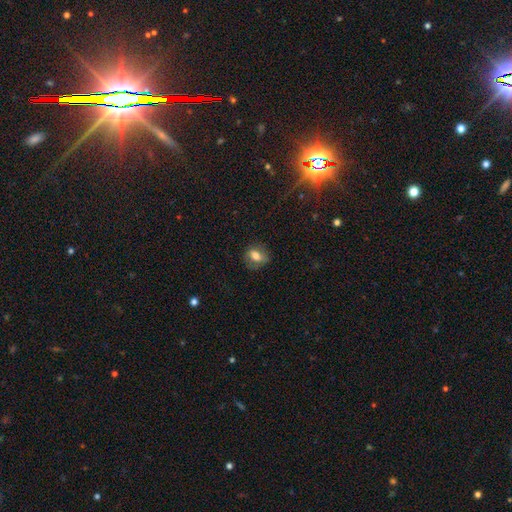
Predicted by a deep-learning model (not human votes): Smooth or featured? smooth (68%)
How rounded? in between (61%)
Merging? none (73%)